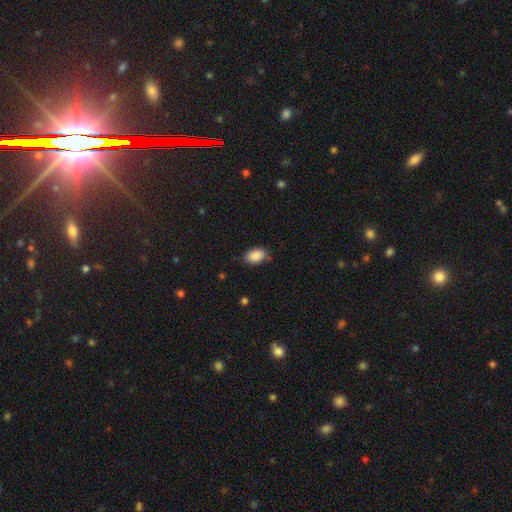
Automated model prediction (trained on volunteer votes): This appears to be a smooth galaxy with no disk features (88%) that is in between round and cigar-shaped (90%). Merging: none (79%).